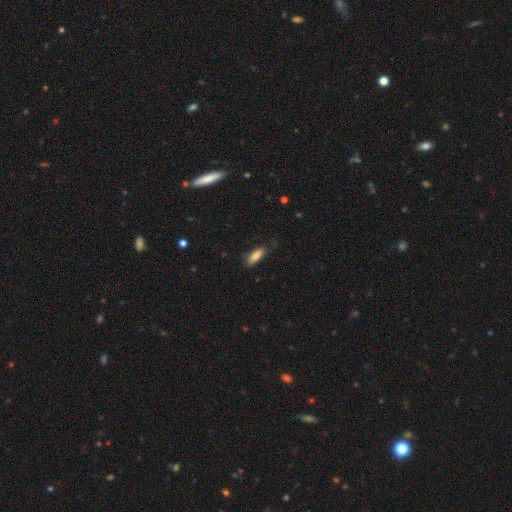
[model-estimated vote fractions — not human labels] Smooth or featured? smooth (80%)
How rounded? in between (60%)
Merging? none (73%)